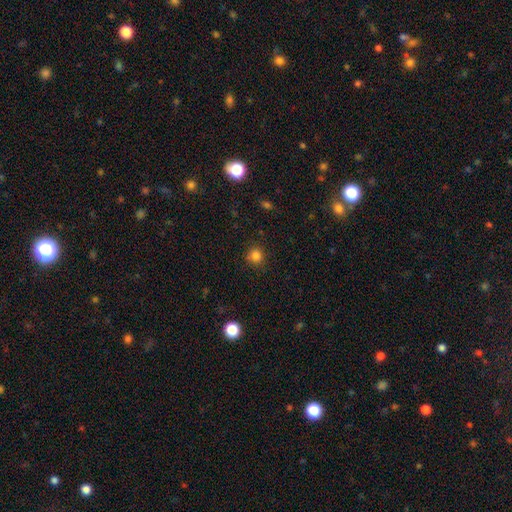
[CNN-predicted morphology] A smooth galaxy with no disk features (82%) that is round (90%). Merging: none (86%).